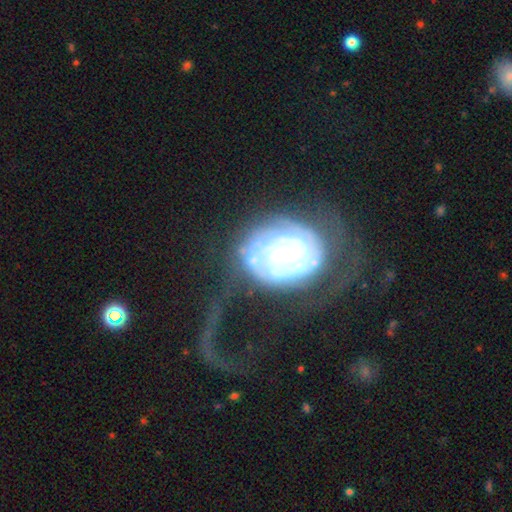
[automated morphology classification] Smooth or featured? featured or disk (72%)
Edge-on disk? no (97%)
Bar? no (69%)
Spiral arms? yes (66%)
Bulge size? moderate (51%)
Merging? none (53%)